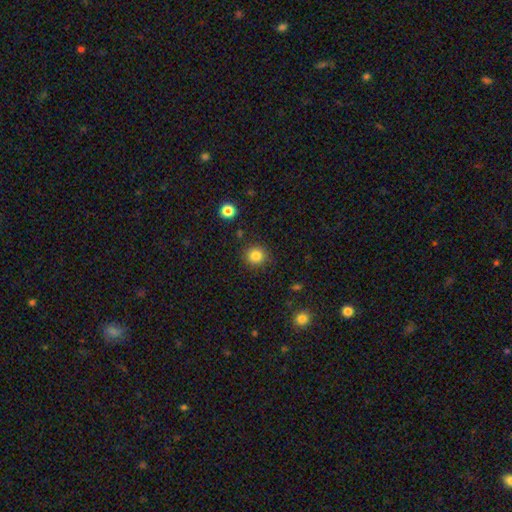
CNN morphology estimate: smooth_or_featured: smooth (p=0.83) [alt: star or artifact p=0.11]
how_rounded: round (p=0.92) [alt: in between p=0.07]
merging: none (p=0.88) [alt: minor disturbance p=0.07]